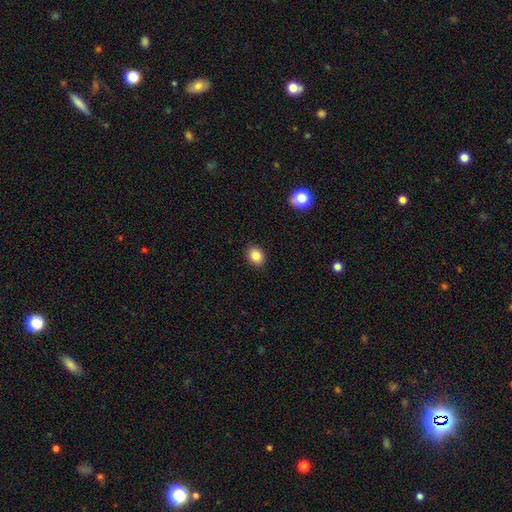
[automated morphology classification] Smooth or featured? smooth (86%)
How rounded? in between (57%)
Merging? none (90%)